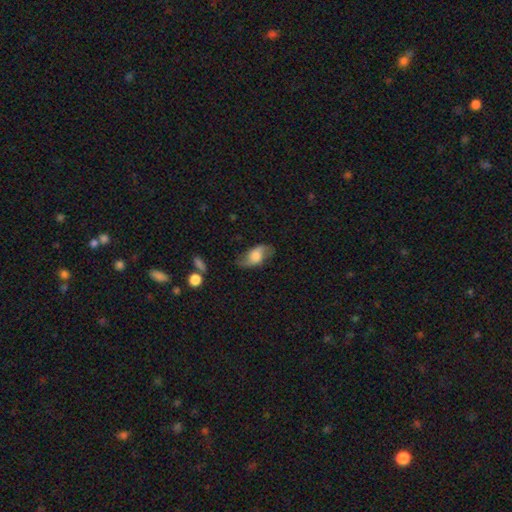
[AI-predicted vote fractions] Q: Smooth or featured?
A: featured or disk (53%); runner-up: smooth (39%)
Q: Edge-on disk?
A: no (91%); runner-up: yes (9%)
Q: Merging?
A: none (71%); runner-up: minor disturbance (19%)